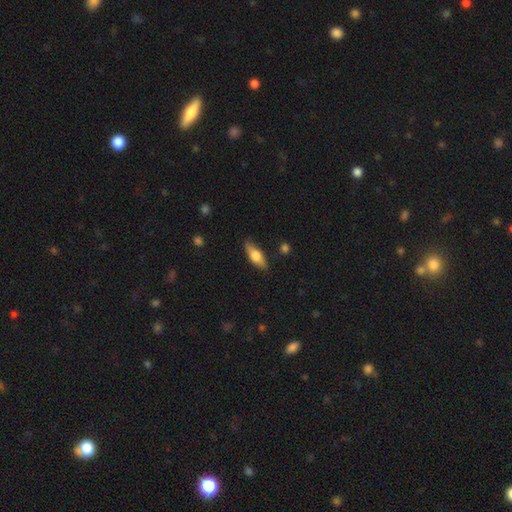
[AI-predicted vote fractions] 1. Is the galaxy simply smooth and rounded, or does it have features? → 58% smooth, 36% featured or disk, 6% star or artifact.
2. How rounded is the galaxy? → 58% in between, 39% cigar-shaped, 3% round.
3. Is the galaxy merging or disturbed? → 83% none, 13% minor disturbance, 3% major disturbance, 2% merger.